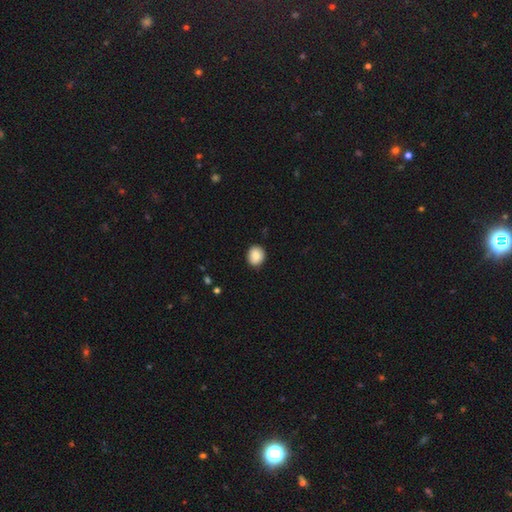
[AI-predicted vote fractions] Smooth or featured: smooth — 88% (star or artifact — 8%)
How rounded: round — 69% (in between — 30%)
Merging: none — 88% (minor disturbance — 9%)